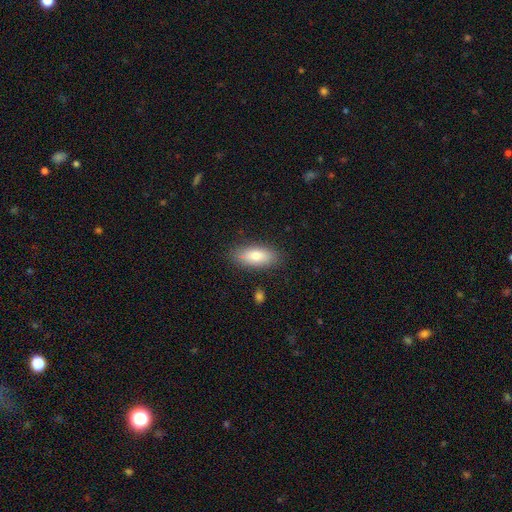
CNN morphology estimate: smooth-or-featured: smooth: 77% | featured or disk: 16% | star or artifact: 7%
  how-rounded: in between: 81% | cigar-shaped: 16% | round: 3%
  merging: none: 85% | minor disturbance: 11% | major disturbance: 3% | merger: 2%